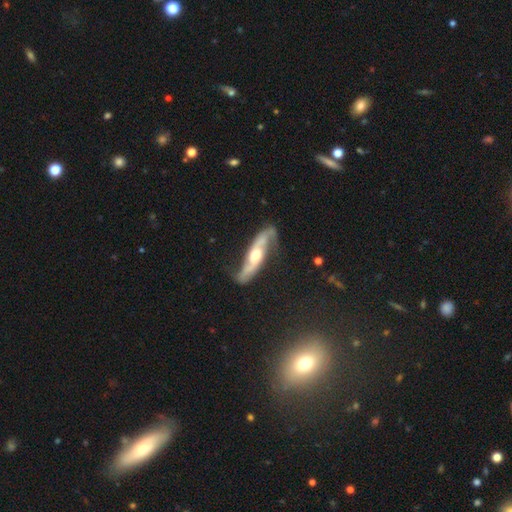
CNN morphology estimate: type=featured or disk (82%); edge-on=no (76%); bar=no (56%); spiral arms=yes (94%); winding=loose (59%); arm count=2 (91%); bulge=moderate (70%); merging=none (67%).